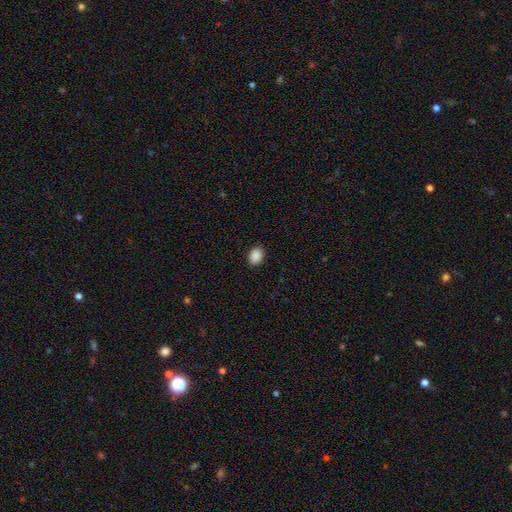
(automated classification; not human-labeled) Morphology: type=smooth (90%); roundness=in between (68%); merging=none (90%).